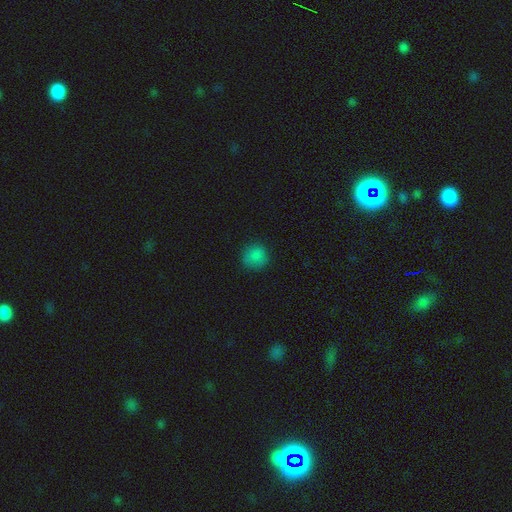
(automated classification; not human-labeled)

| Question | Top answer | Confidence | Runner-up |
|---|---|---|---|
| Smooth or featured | smooth | 82% | star or artifact (13%) |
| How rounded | round | 91% | in between (8%) |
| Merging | none | 83% | minor disturbance (13%) |